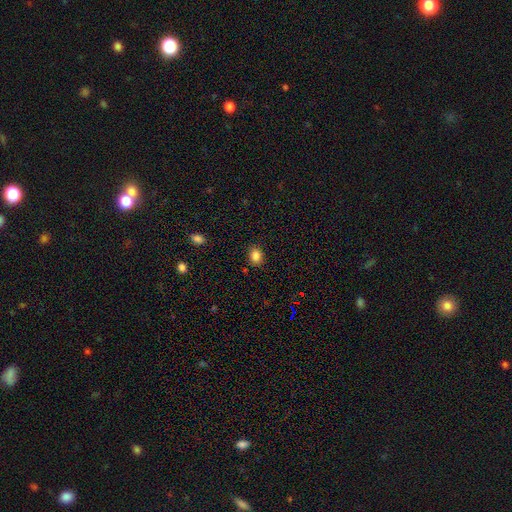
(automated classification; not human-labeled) A smooth galaxy with no disk features (83%) that is in between round and cigar-shaped (54%).

Vote fractions:
- Smooth or featured? smooth: 83% / star or artifact: 11% / featured or disk: 6%
- How rounded? in between: 54% / round: 45% / cigar-shaped: 1%
- Merging? none: 87% / minor disturbance: 9% / major disturbance: 2% / merger: 2%